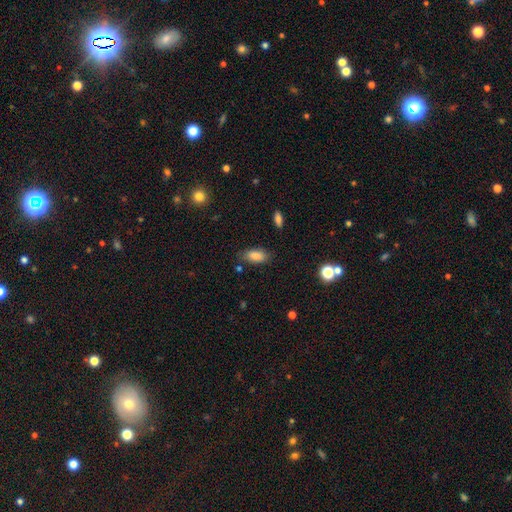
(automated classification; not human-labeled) The model was most divided on "merging": none: 79%, minor disturbance: 14%, major disturbance: 4%, merger: 3%. More confident: how rounded — in between (88%); smooth or featured — smooth (85%).